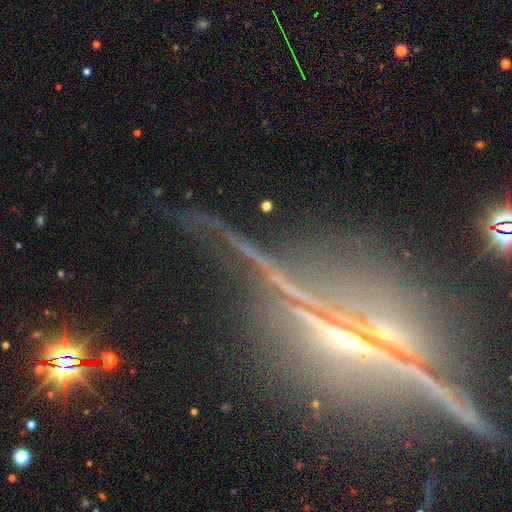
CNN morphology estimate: smooth_or_featured: featured or disk (p=0.51) [alt: star or artifact p=0.41]
disk_edge_on: yes (p=0.79) [alt: no p=0.21]
merging: none (p=0.70) [alt: minor disturbance p=0.13]